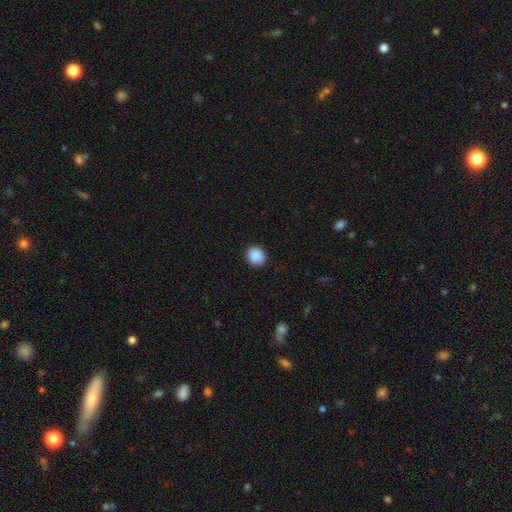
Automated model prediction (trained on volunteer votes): A smooth galaxy with no disk features (89%) that is round (86%).

Vote fractions:
- Smooth or featured? smooth: 89% / star or artifact: 8% / featured or disk: 3%
- How rounded? round: 86% / in between: 13% / cigar-shaped: 1%
- Merging? none: 90% / minor disturbance: 7% / major disturbance: 2% / merger: 1%